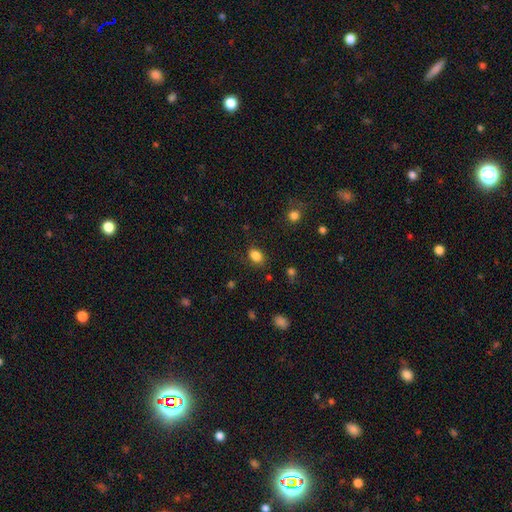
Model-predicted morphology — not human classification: Overall: smooth (85%). How rounded: in between (68%; round 31%). Merging: none (82%).